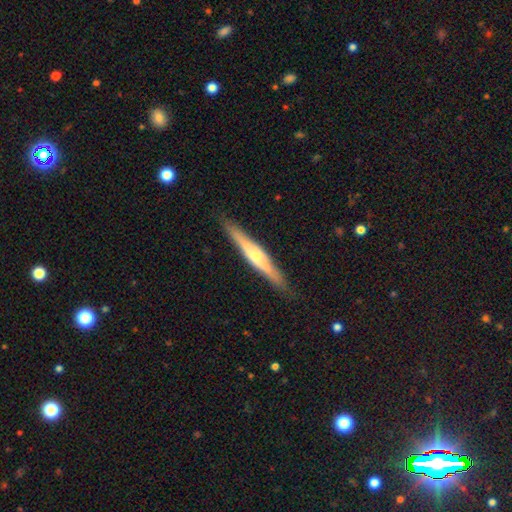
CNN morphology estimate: Smooth or featured? Predicted: featured or disk (p=0.66). Edge-on disk? Predicted: yes (p=0.96). Edge-on bulge? Predicted: rounded (p=0.79). Merging? Predicted: none (p=0.89).